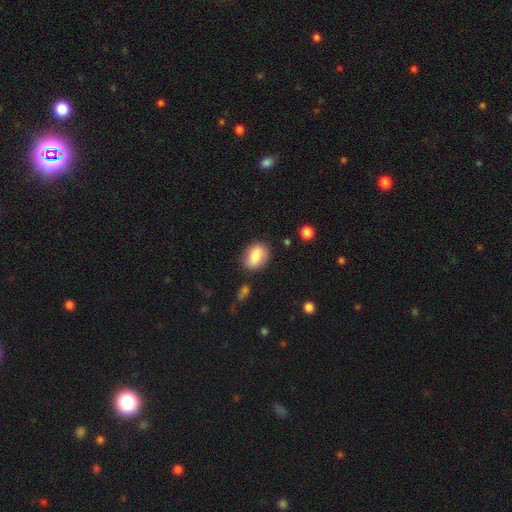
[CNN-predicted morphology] smooth 83%, featured or disk 10%, star or artifact 7%. Down the decision tree: how rounded — in between (77%); merging — none (80%).